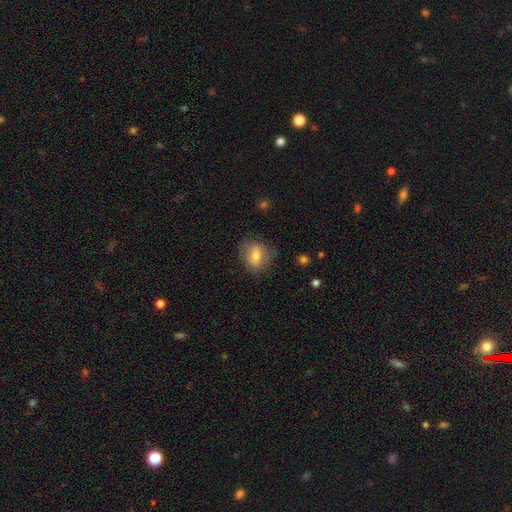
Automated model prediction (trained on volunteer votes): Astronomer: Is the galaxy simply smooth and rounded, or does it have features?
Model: smooth — 67%.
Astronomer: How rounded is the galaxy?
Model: in between — 54% (runner-up: round, 44%).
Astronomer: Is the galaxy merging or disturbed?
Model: none — 71%.